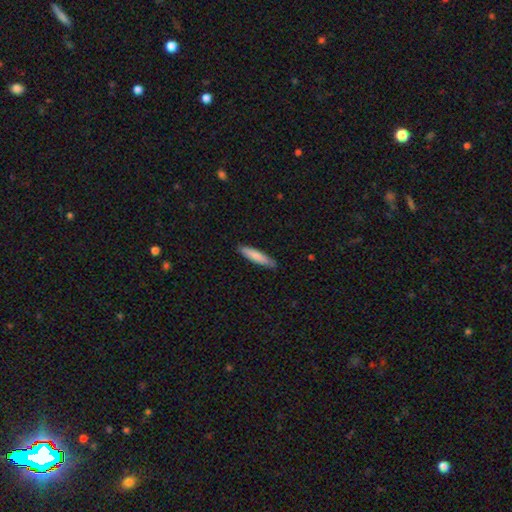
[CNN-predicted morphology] Smooth or featured? smooth (80%)
How rounded? cigar-shaped (80%)
Merging? none (84%)